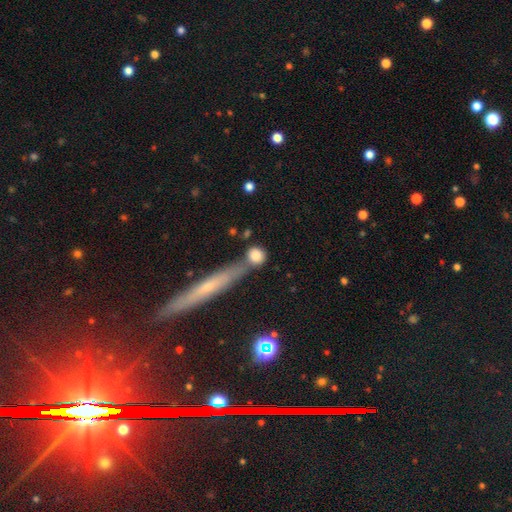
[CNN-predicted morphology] Smooth or featured? smooth (81%)
How rounded? round (77%)
Merging? none (58%)